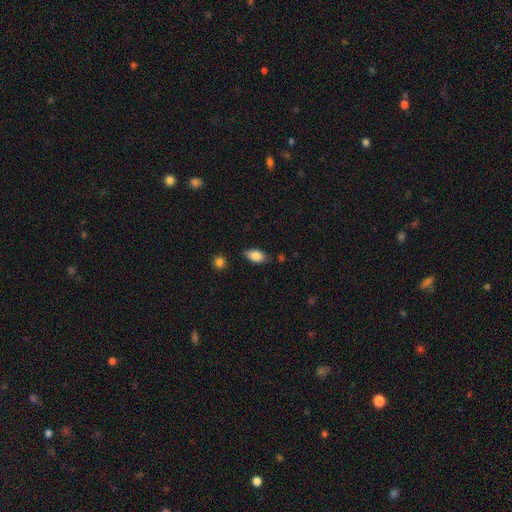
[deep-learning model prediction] smooth_or_featured: smooth (p=0.83) [alt: featured or disk p=0.09]
how_rounded: in between (p=0.91) [alt: round p=0.05]
merging: none (p=0.79) [alt: minor disturbance p=0.15]